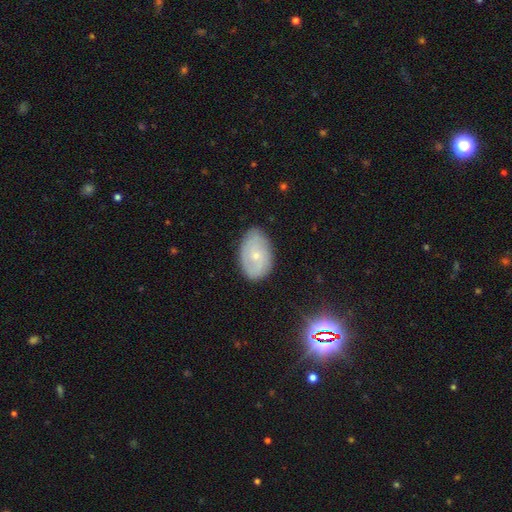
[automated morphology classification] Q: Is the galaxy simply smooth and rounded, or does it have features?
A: featured or disk — 52%.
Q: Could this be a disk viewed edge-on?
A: no — 94%.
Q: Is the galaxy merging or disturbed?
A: none — 78%.